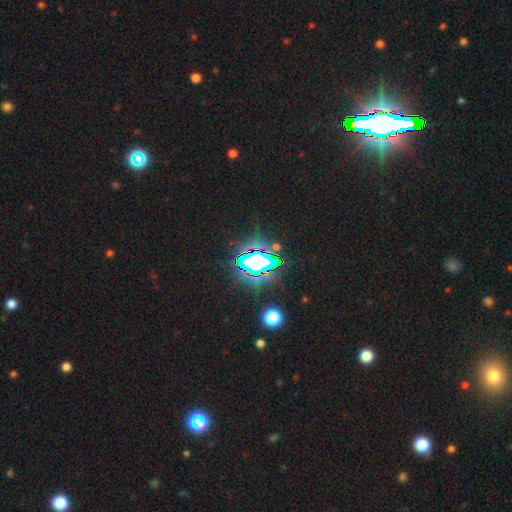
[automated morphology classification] type=star or artifact (81%).